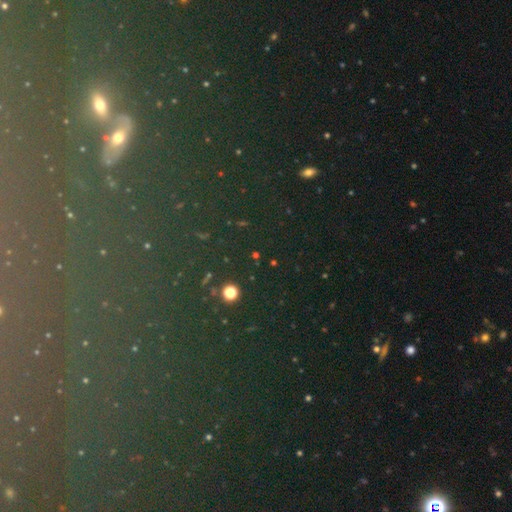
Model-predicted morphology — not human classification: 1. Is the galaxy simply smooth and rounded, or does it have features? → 67% star or artifact, 24% smooth, 8% featured or disk.